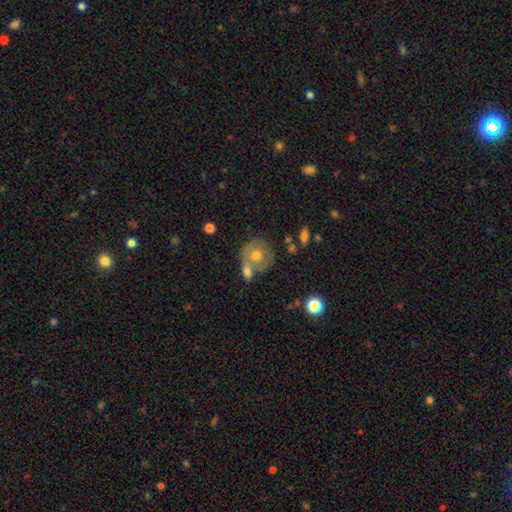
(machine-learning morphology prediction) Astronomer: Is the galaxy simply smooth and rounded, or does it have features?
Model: smooth — 58%.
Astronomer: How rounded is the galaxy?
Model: round — 87%.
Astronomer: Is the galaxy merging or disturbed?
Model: none — 47% (runner-up: merger, 37%).